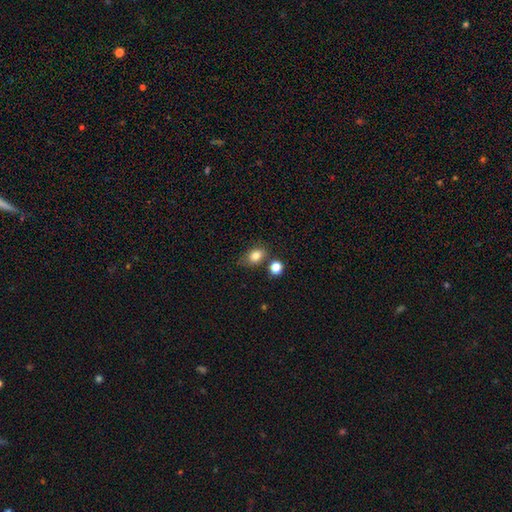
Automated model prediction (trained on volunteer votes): smooth 82%, star or artifact 10%, featured or disk 7%. Down the decision tree: how rounded — in between (71%); merging — none (66%).